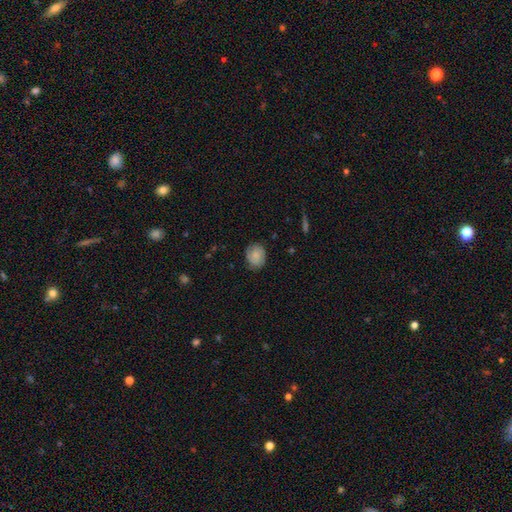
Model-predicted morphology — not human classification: The model was most divided on "how rounded": round: 53%, in between: 45%, cigar-shaped: 1%. More confident: merging — none (79%); smooth or featured — smooth (60%).